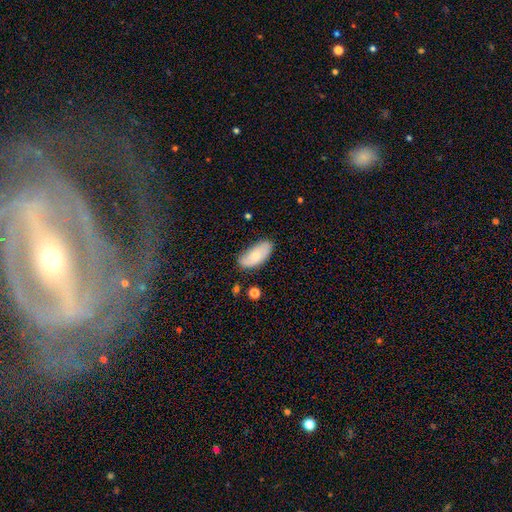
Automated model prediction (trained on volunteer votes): Smooth or featured?
  - smooth: 74% *
  - featured or disk: 20%
  - star or artifact: 6%
How rounded?
  - in between: 91% *
  - cigar-shaped: 7%
  - round: 2%
Merging?
  - none: 73% *
  - minor disturbance: 21%
  - major disturbance: 4%
  - merger: 2%